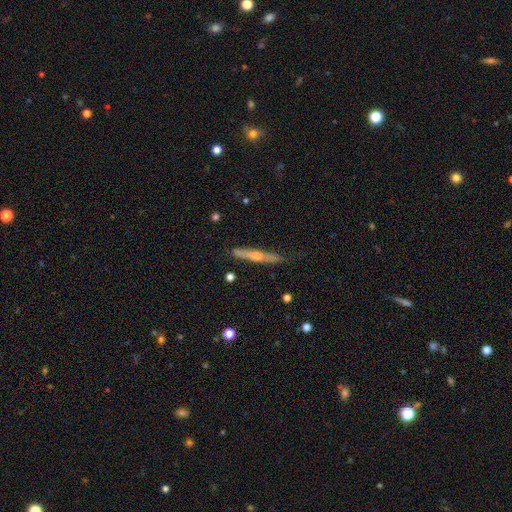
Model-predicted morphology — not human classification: smooth-or-featured: featured or disk: 59% | smooth: 35% | star or artifact: 6%
  disk-edge-on: yes: 95% | no: 5%
    edge-on-bulge: rounded: 78% | none: 17% | boxy: 5%
  merging: none: 76% | minor disturbance: 19% | major disturbance: 3% | merger: 2%